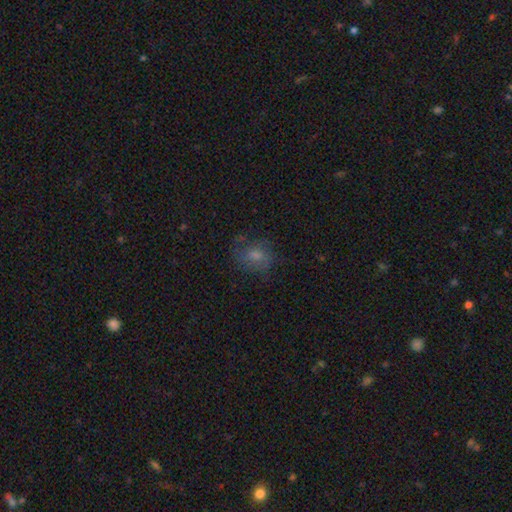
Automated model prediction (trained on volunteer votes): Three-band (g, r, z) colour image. It shows a smooth galaxy with no disk features (59%) that is in between round and cigar-shaped (52%). Merging: none (62%).